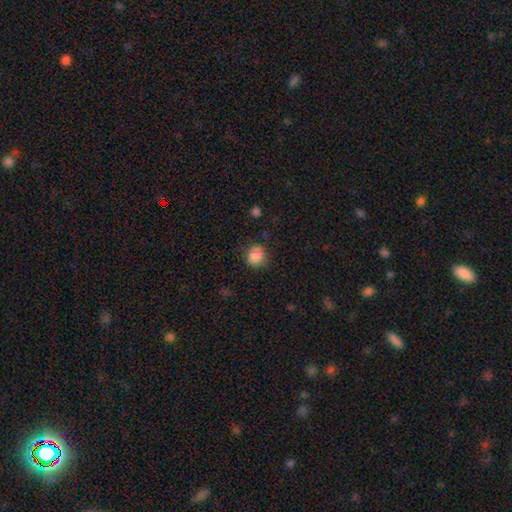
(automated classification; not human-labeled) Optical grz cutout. It shows a smooth galaxy with no disk features (87%) that is round (81%). Merging: none (82%).